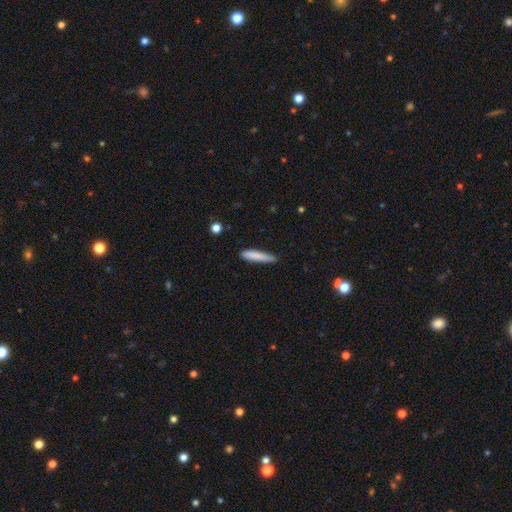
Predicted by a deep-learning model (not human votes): smooth_or_featured: smooth (p=0.83) [alt: featured or disk p=0.11]
how_rounded: cigar-shaped (p=0.89) [alt: in between p=0.10]
merging: none (p=0.73) [alt: minor disturbance p=0.21]